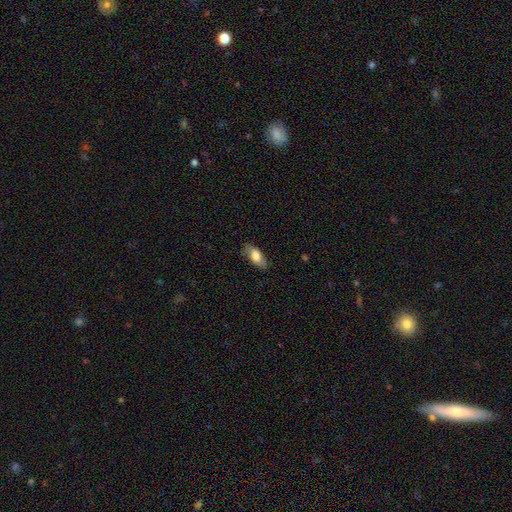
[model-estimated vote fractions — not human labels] Morphology: type=smooth (69%); roundness=in between (86%); merging=none (74%).